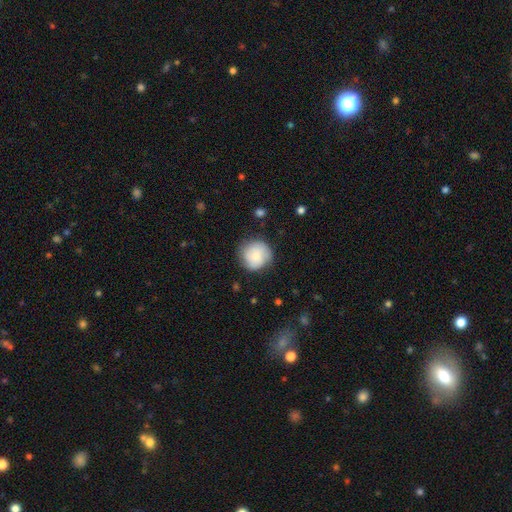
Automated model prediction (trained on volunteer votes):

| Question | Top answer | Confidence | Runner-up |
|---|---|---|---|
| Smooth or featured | smooth | 75% | featured or disk (17%) |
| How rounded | round | 91% | in between (8%) |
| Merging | none | 76% | minor disturbance (17%) |